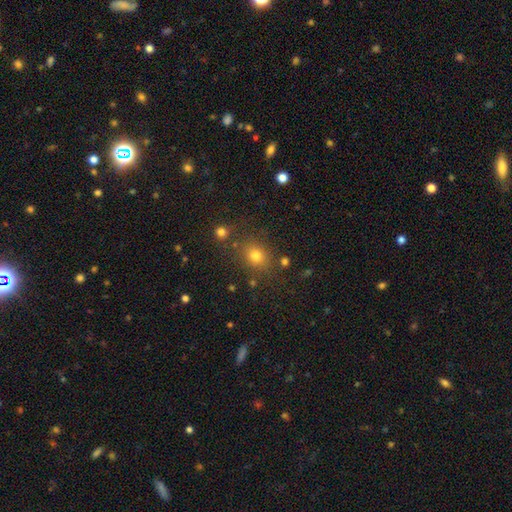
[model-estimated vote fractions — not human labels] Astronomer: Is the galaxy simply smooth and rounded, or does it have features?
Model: smooth — 74%.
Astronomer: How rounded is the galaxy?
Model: round — 65%.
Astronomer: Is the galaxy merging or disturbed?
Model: none — 78%.